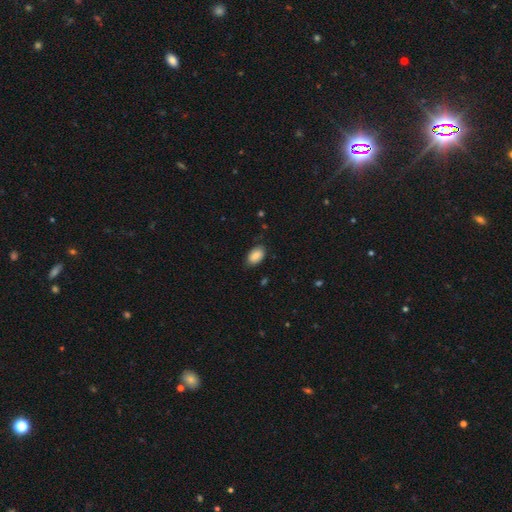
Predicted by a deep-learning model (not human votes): The model was most divided on "merging": none: 79%, minor disturbance: 17%, major disturbance: 3%, merger: 1%. More confident: how rounded — in between (92%); smooth or featured — smooth (86%).